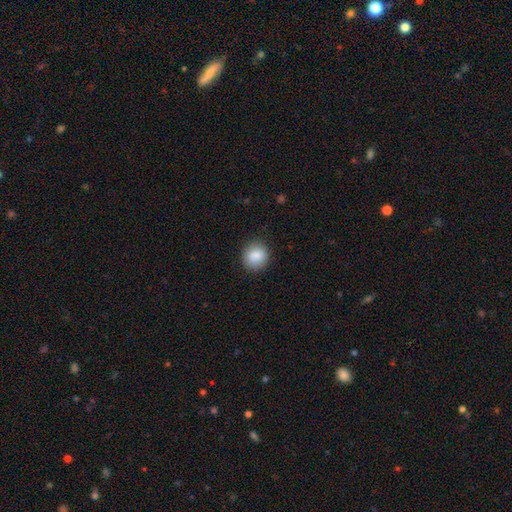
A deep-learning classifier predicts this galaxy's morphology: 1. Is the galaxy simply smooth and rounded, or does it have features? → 87% smooth, 8% star or artifact, 5% featured or disk.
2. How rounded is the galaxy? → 85% round, 15% in between, 1% cigar-shaped.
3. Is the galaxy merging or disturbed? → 89% none, 8% minor disturbance, 2% major disturbance, 1% merger.